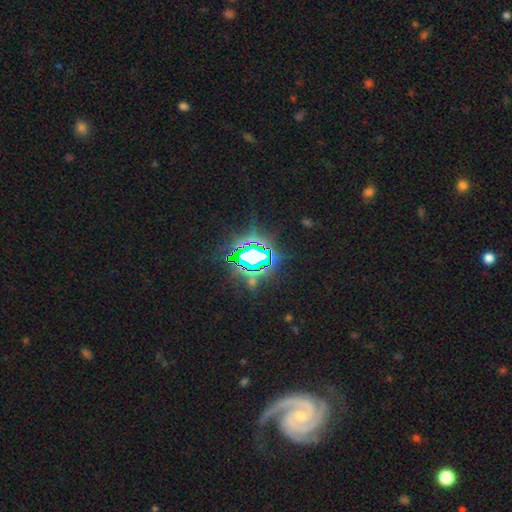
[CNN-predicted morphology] A star or artifact, not a galaxy (80%).

Vote fractions:
- Smooth or featured? star or artifact: 80% / smooth: 11% / featured or disk: 10%